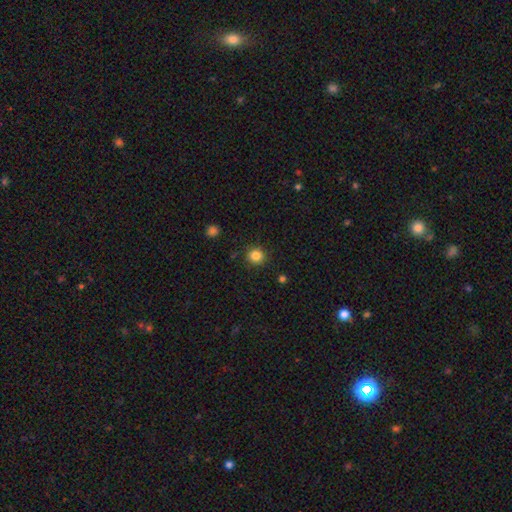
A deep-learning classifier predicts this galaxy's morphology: type=smooth (84%); roundness=round (93%); merging=none (91%).